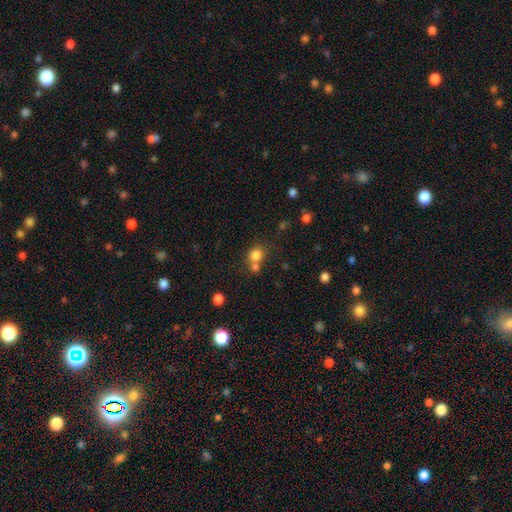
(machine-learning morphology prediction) type=smooth (80%); roundness=round (75%); merging=none (50%).